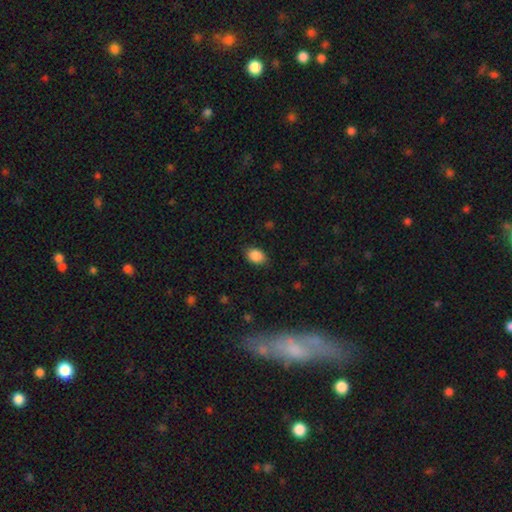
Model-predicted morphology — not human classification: smooth-or-featured: smooth: 88% | star or artifact: 8% | featured or disk: 4%
  how-rounded: in between: 77% | round: 22% | cigar-shaped: 1%
  merging: none: 84% | minor disturbance: 12% | major disturbance: 3% | merger: 1%